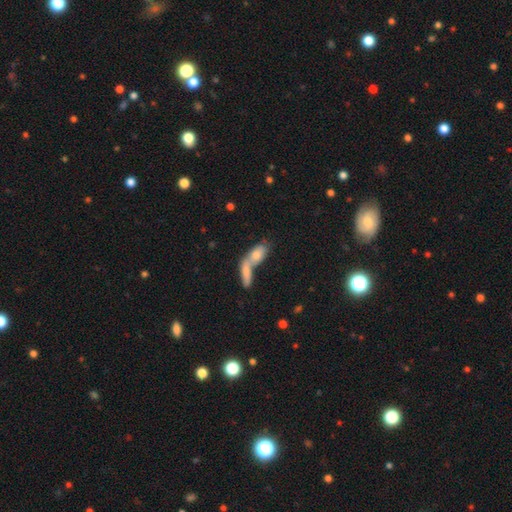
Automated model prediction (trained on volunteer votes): Smooth or featured? Predicted: smooth (p=0.74). How rounded? Predicted: in between (p=0.79). Merging? Predicted: merger (p=0.66).